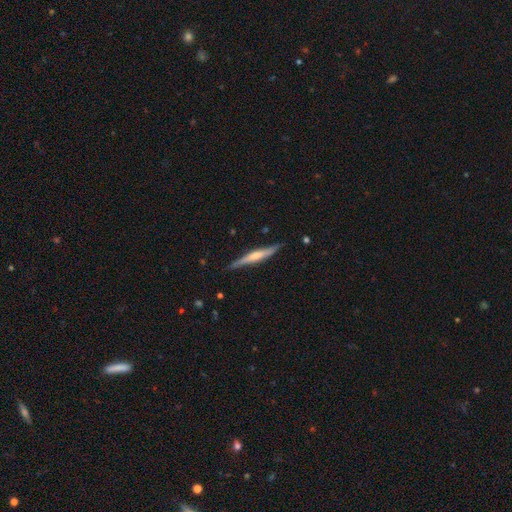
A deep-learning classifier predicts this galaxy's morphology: Overall: featured or disk (62%; smooth 32%). Edge-on disk: yes (97%). Edge-on bulge: rounded (61%; none 23%). Merging: none (85%).